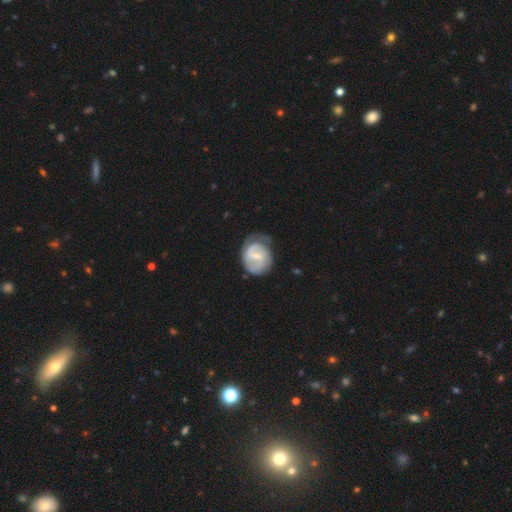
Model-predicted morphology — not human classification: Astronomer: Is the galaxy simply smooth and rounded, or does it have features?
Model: featured or disk — 69%.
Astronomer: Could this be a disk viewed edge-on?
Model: no — 98%.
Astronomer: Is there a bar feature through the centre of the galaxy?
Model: weak — 59%.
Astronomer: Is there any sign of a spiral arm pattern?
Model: yes — 85%.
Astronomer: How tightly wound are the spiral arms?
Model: tight — 40%, tied with medium at 40%.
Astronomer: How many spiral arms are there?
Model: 2 — 61%.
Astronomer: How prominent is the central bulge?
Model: small — 58%.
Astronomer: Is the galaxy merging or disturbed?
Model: none — 53% (runner-up: minor disturbance, 29%).